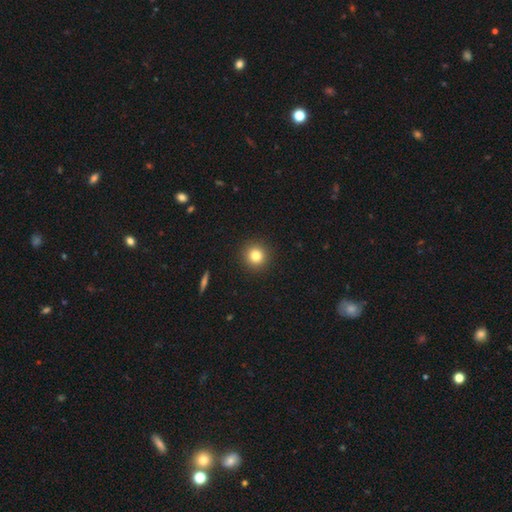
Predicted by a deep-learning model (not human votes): A smooth galaxy with no disk features (80%) that is round (95%). Merging: none (92%).